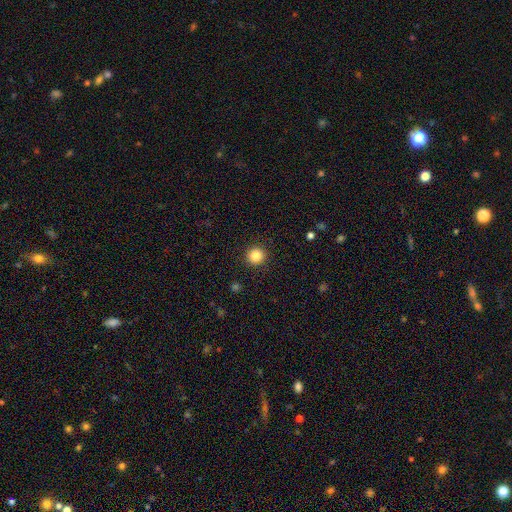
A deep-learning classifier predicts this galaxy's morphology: smooth 85%, star or artifact 10%, featured or disk 4%. Down the decision tree: how rounded — round (94%); merging — none (92%).